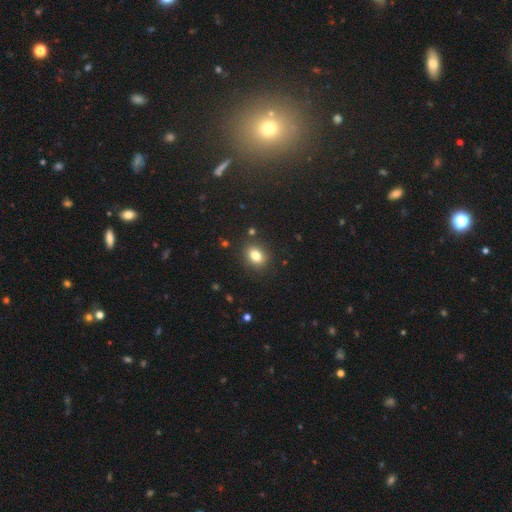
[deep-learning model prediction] smooth 82%, star or artifact 11%, featured or disk 7%. Down the decision tree: how rounded — in between (63%); merging — none (85%).